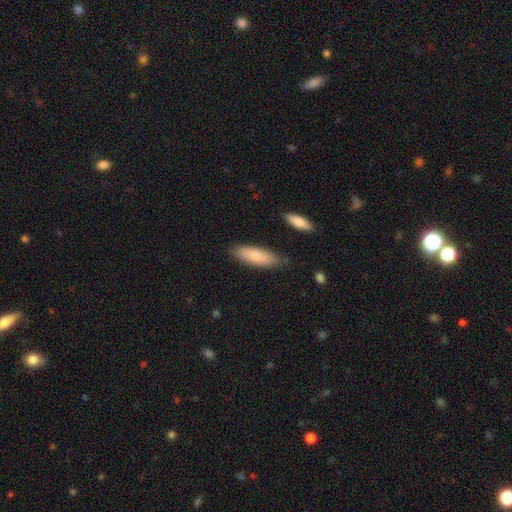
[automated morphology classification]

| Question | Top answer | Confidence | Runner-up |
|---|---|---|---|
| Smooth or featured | smooth | 79% | featured or disk (15%) |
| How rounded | in between | 54% | cigar-shaped (44%) |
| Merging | none | 80% | minor disturbance (14%) |